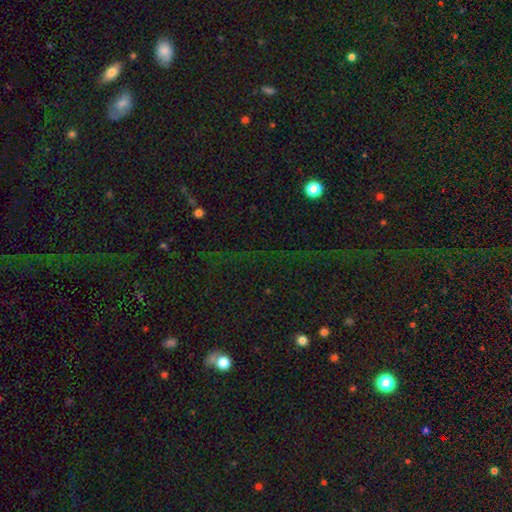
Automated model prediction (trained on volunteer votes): Overall: star or artifact (75%).